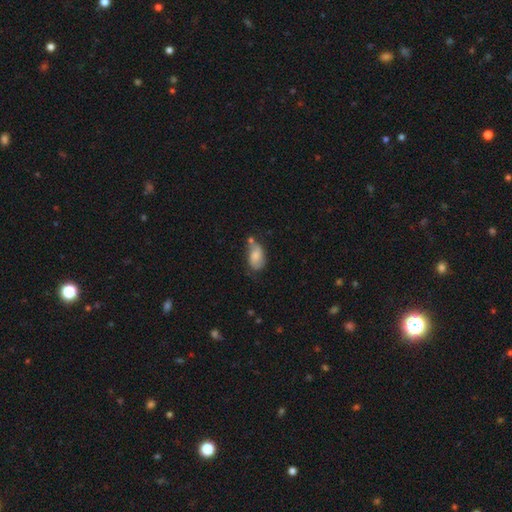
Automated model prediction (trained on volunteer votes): This appears to be a smooth galaxy with no disk features (65%) that is in between round and cigar-shaped (89%). Merging: none (41%).